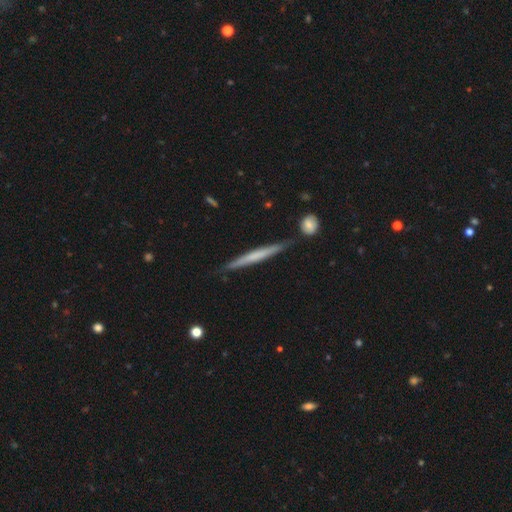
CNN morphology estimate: featured or disk 48%, smooth 46%, star or artifact 5%. Down the decision tree: merging — none (84%).